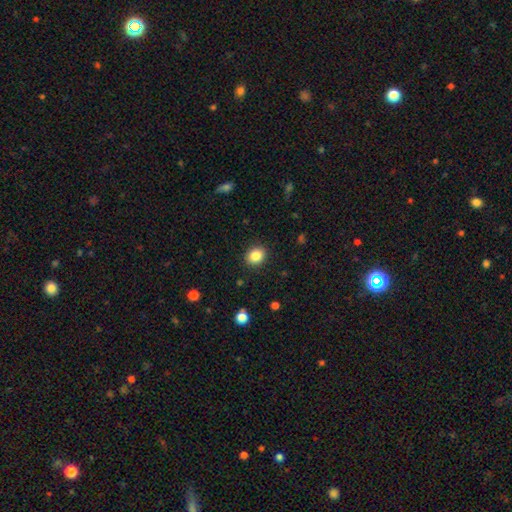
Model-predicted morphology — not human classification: A smooth galaxy with no disk features (85%) that is round (62%).

Vote fractions:
- Smooth or featured? smooth: 85% / star or artifact: 10% / featured or disk: 5%
- How rounded? round: 62% / in between: 37% / cigar-shaped: 1%
- Merging? none: 90% / minor disturbance: 7% / major disturbance: 2% / merger: 1%